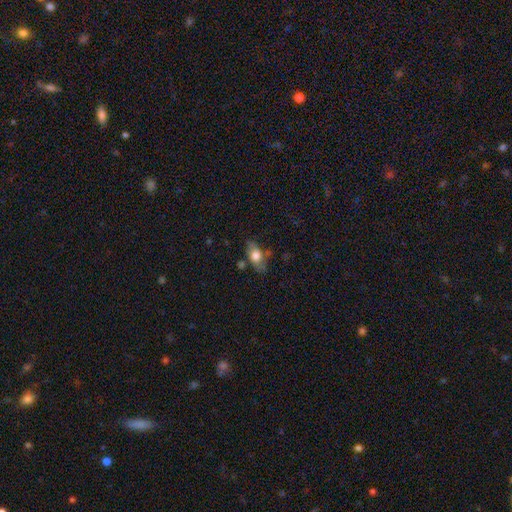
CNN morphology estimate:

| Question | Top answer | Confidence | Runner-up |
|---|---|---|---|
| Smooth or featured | smooth | 65% | featured or disk (28%) |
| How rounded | in between | 83% | cigar-shaped (9%) |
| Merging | none | 65% | minor disturbance (23%) |